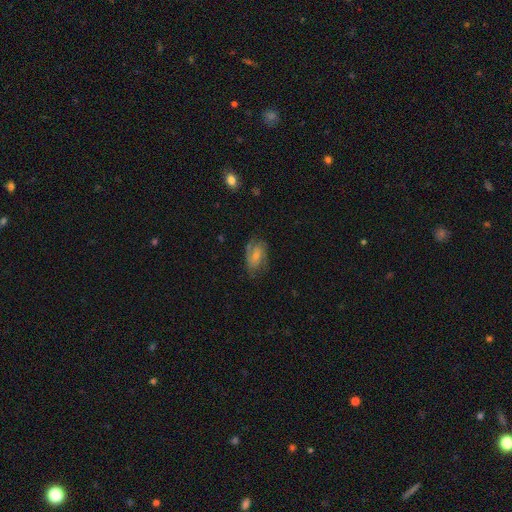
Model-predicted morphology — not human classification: smooth-or-featured: featured or disk: 59% | smooth: 33% | star or artifact: 8%
  disk-edge-on: no: 96% | yes: 4%
    bar: no: 58% | weak: 35% | strong: 7%
    has-spiral-arms: yes: 86% | no: 14%
    bulge-size: small: 52% | moderate: 32% | none: 11% | large: 4% | dominant: 1%
  merging: none: 63% | minor disturbance: 23% | major disturbance: 12% | merger: 2%